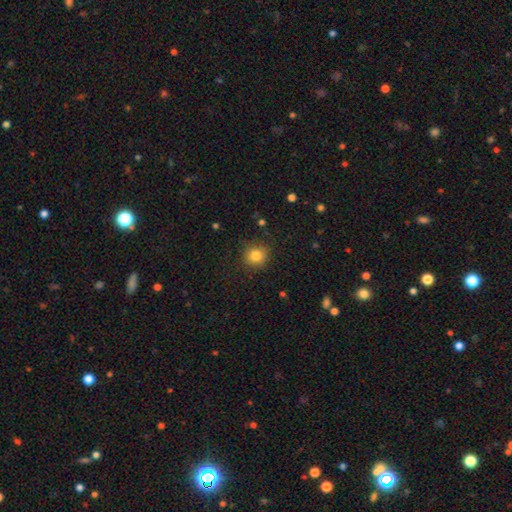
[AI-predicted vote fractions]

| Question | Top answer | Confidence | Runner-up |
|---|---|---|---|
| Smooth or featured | smooth | 82% | star or artifact (11%) |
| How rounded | round | 91% | in between (8%) |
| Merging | none | 87% | minor disturbance (9%) |